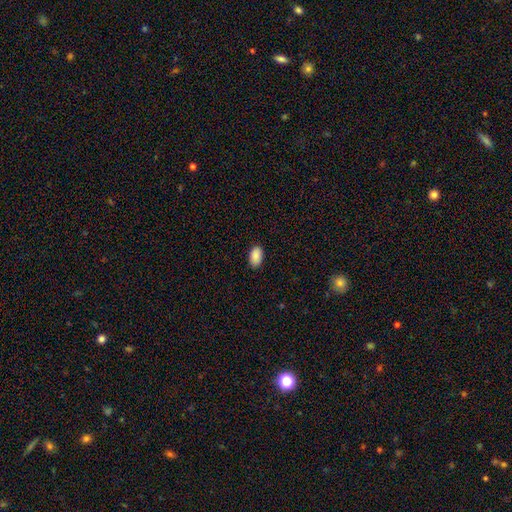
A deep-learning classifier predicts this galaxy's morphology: Smooth or featured? Predicted: smooth (p=0.90). How rounded? Predicted: in between (p=0.94). Merging? Predicted: none (p=0.89).